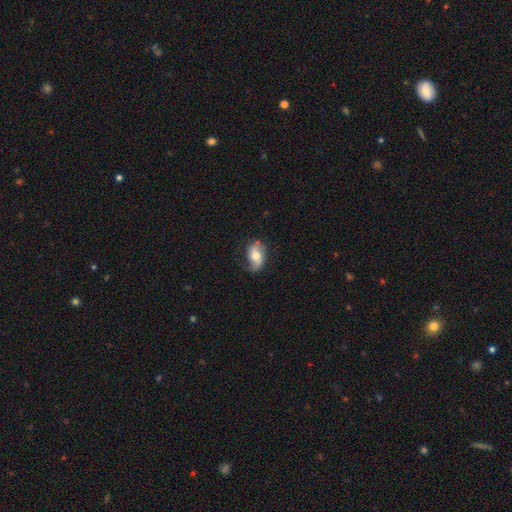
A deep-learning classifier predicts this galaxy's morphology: The model was most divided on "smooth or featured": smooth: 47%, featured or disk: 45%, star or artifact: 8%. More confident: merging — none (55%).